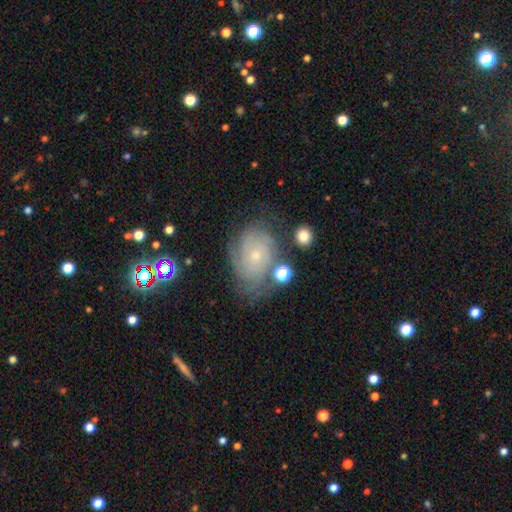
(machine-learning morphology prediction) Overall: featured or disk (67%). Edge-on disk: no (96%). Bar: no (81%). Spiral arms: yes (88%). Spiral arm count: can't tell (50%; 3 14%). Spiral winding: tight (69%). Bulge size: small (78%). Merging: none (62%).